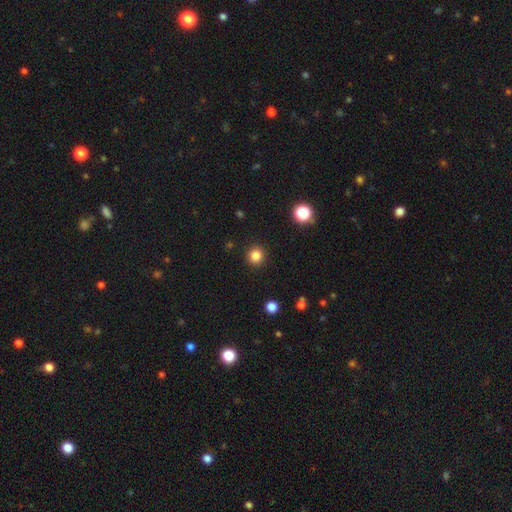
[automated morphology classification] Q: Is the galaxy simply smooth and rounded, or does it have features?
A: smooth — 84%.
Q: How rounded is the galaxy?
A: round — 93%.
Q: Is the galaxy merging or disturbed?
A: none — 92%.